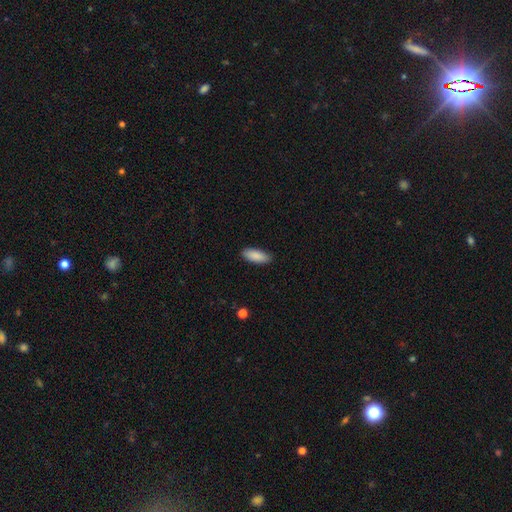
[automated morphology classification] Smooth or featured? smooth (89%)
How rounded? in between (77%)
Merging? none (88%)